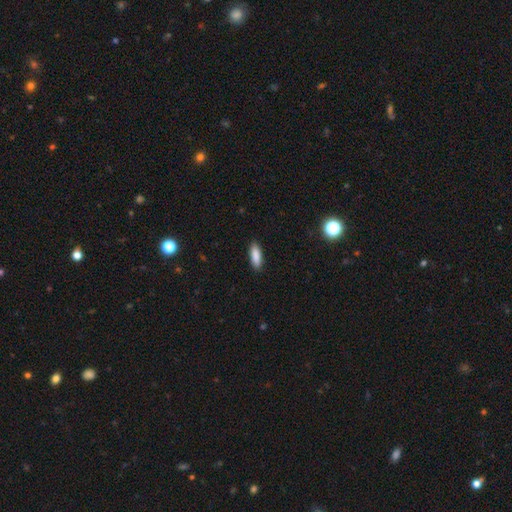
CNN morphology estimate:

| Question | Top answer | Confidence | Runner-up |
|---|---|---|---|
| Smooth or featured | smooth | 88% | star or artifact (7%) |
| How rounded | in between | 59% | cigar-shaped (39%) |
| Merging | none | 90% | minor disturbance (8%) |